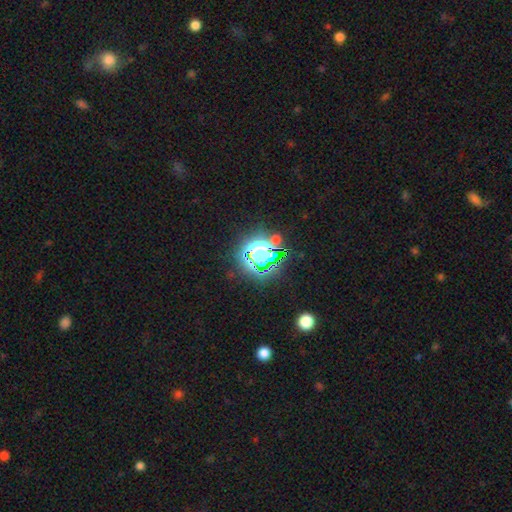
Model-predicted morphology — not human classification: This appears to be a star or artifact, not a galaxy (61%).